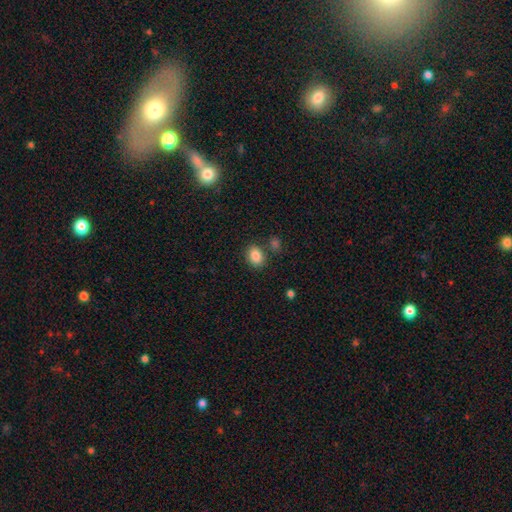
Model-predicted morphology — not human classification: smooth_or_featured: smooth (p=0.85) [alt: star or artifact p=0.09]
how_rounded: in between (p=0.68) [alt: round p=0.31]
merging: none (p=0.76) [alt: minor disturbance p=0.11]